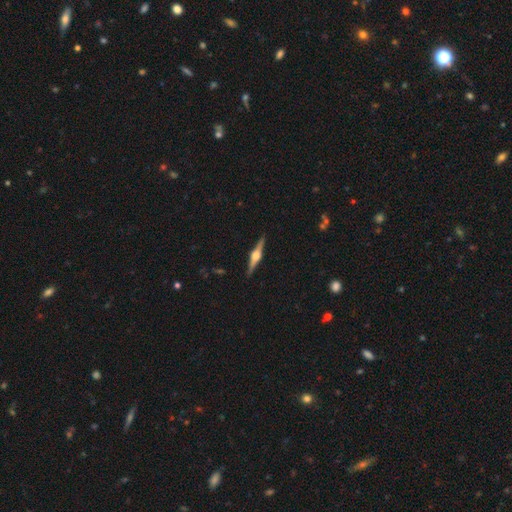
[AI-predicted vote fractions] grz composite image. It shows a featured or disk galaxy (82%) viewed edge-on (98%) with a rounded central bulge (91%). Merging: none (91%).